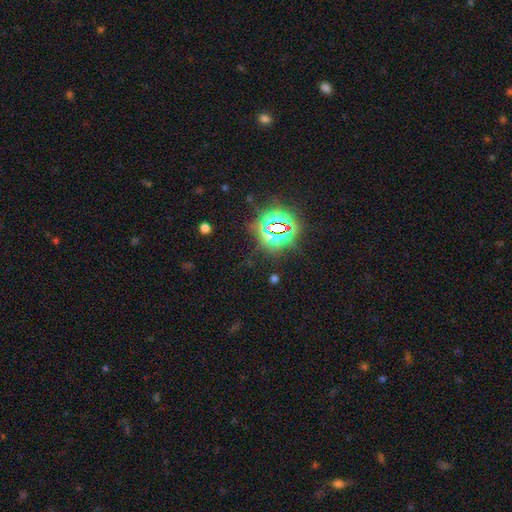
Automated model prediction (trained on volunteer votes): Overall: star or artifact (81%).